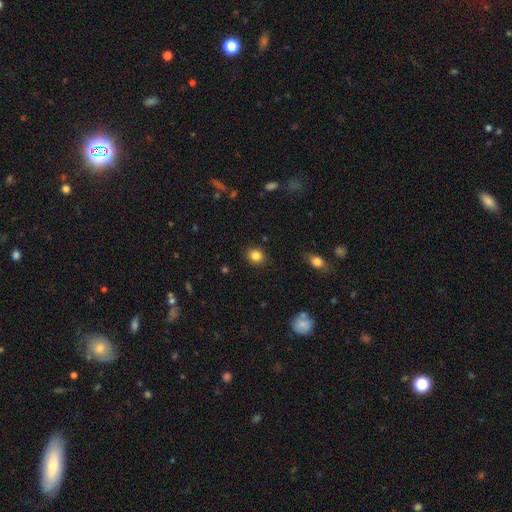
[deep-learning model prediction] Smooth or featured? smooth (84%)
How rounded? round (69%)
Merging? none (89%)